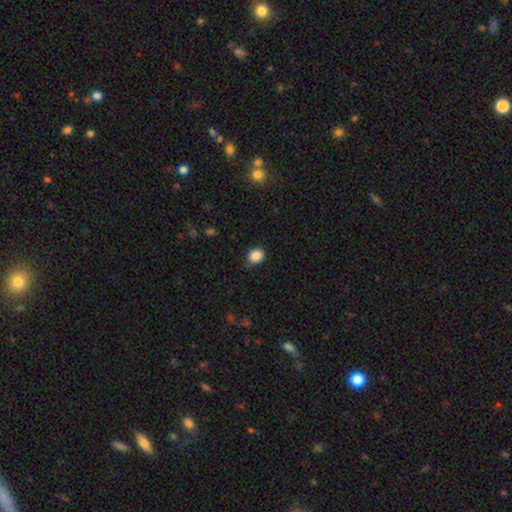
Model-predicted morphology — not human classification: Smooth or featured?
  - smooth: 86% *
  - star or artifact: 10%
  - featured or disk: 4%
How rounded?
  - round: 68% *
  - in between: 31%
  - cigar-shaped: 1%
Merging?
  - none: 79% *
  - minor disturbance: 17%
  - major disturbance: 3%
  - merger: 2%